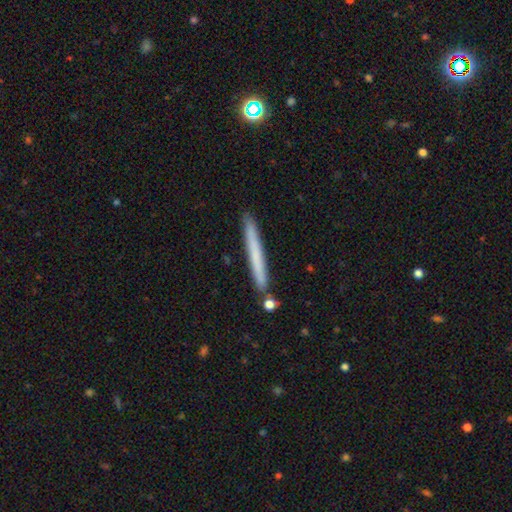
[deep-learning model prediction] Q: Smooth or featured?
A: smooth (64%); runner-up: featured or disk (30%)
Q: How rounded?
A: cigar-shaped (97%); runner-up: in between (2%)
Q: Merging?
A: none (88%); runner-up: minor disturbance (8%)